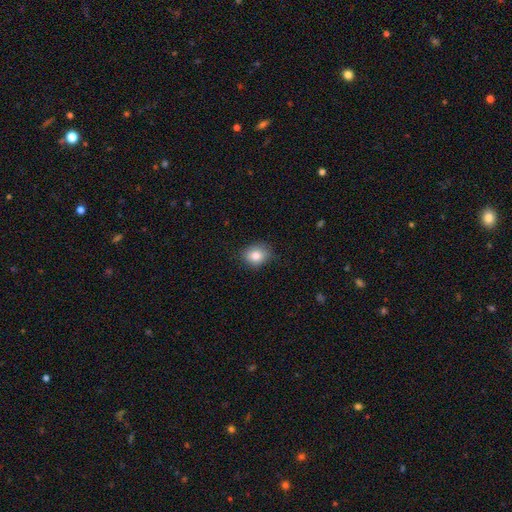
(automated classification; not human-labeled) A smooth galaxy with no disk features (83%) that is round (61%).

Vote fractions:
- Smooth or featured? smooth: 83% / star or artifact: 10% / featured or disk: 8%
- How rounded? round: 61% / in between: 38% / cigar-shaped: 1%
- Merging? none: 79% / minor disturbance: 17% / major disturbance: 3% / merger: 1%